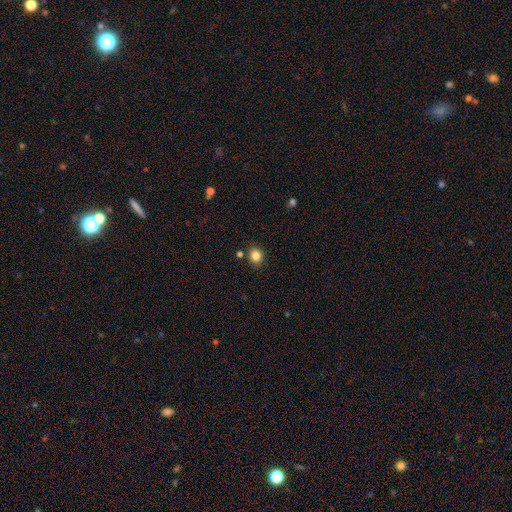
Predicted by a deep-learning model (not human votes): Smooth or featured?
  - smooth: 83% *
  - star or artifact: 11%
  - featured or disk: 5%
How rounded?
  - round: 64% *
  - in between: 35%
  - cigar-shaped: 1%
Merging?
  - none: 81% *
  - minor disturbance: 11%
  - merger: 5%
  - major disturbance: 3%